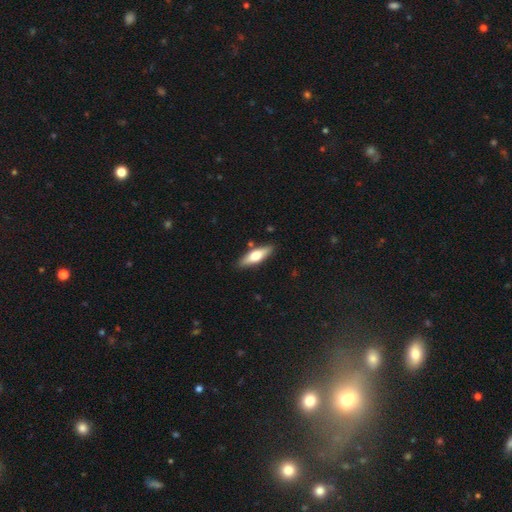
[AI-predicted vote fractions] Smooth or featured?
  - smooth: 55% *
  - featured or disk: 39%
  - star or artifact: 6%
How rounded?
  - cigar-shaped: 53% *
  - in between: 44%
  - round: 2%
Merging?
  - none: 85% *
  - minor disturbance: 10%
  - merger: 3%
  - major disturbance: 2%